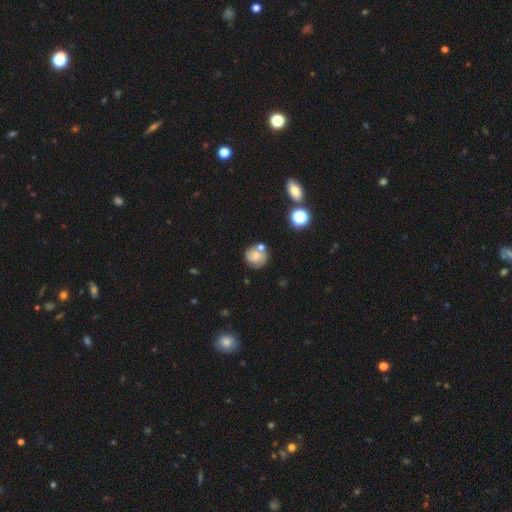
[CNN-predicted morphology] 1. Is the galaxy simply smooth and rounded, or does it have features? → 47% smooth, 43% featured or disk, 10% star or artifact.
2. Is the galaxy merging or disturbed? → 60% none, 18% merger, 16% minor disturbance, 6% major disturbance.